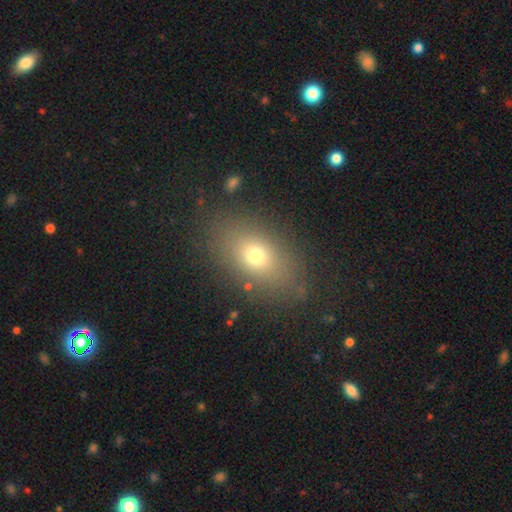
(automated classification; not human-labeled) Overall: smooth (69%). How rounded: in between (79%). Merging: none (82%).